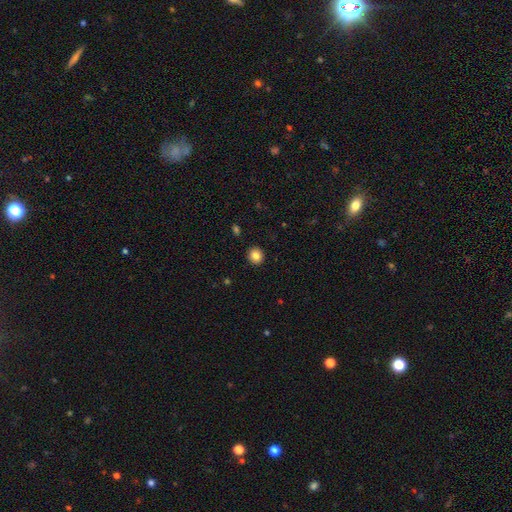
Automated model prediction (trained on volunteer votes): smooth 84%, star or artifact 10%, featured or disk 6%. Down the decision tree: how rounded — round (83%); merging — none (92%).